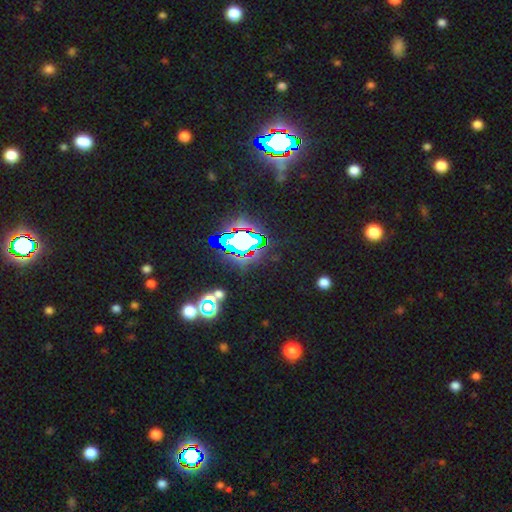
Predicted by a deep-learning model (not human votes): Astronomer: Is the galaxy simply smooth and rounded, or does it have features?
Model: star or artifact — 83%.